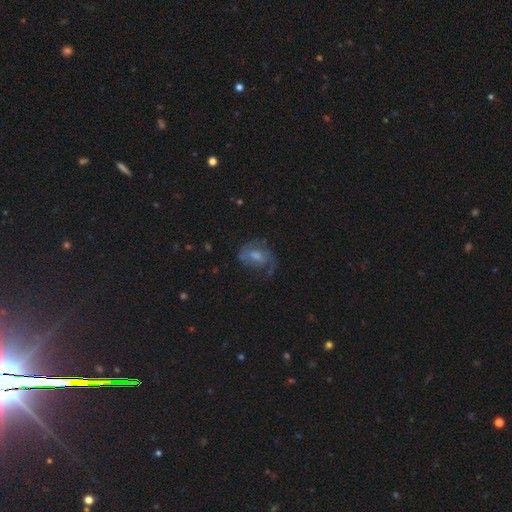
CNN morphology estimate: Smooth or featured: featured or disk — 60% (smooth — 31%)
Edge-on disk: no — 96% (yes — 4%)
Bar: weak — 48% (no — 38%)
Spiral arms: yes — 75% (no — 25%)
Bulge size: moderate — 45% (small — 25%)
Merging: none — 48% (minor disturbance — 25%)